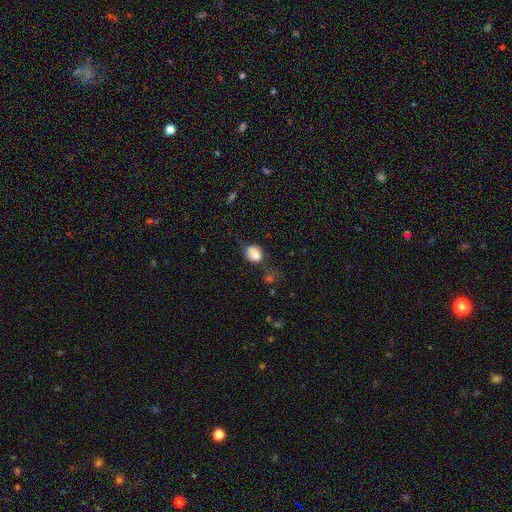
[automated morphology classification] This is likely a smooth galaxy (79%). How rounded: possibly in between (60%). Merging: possibly none (47%).